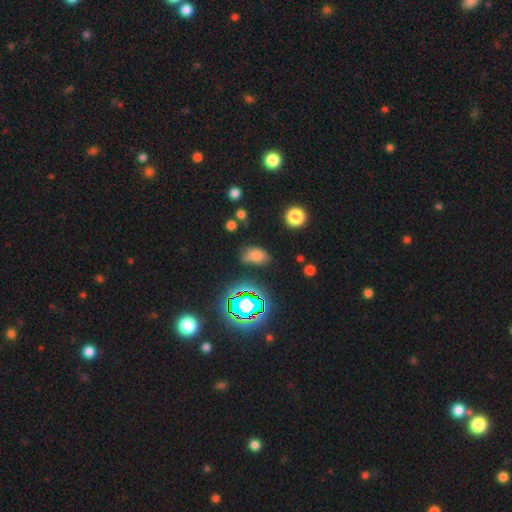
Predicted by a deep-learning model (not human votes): This is likely a smooth galaxy (65%). How rounded: clearly in between (85%). Merging: likely none (62%).